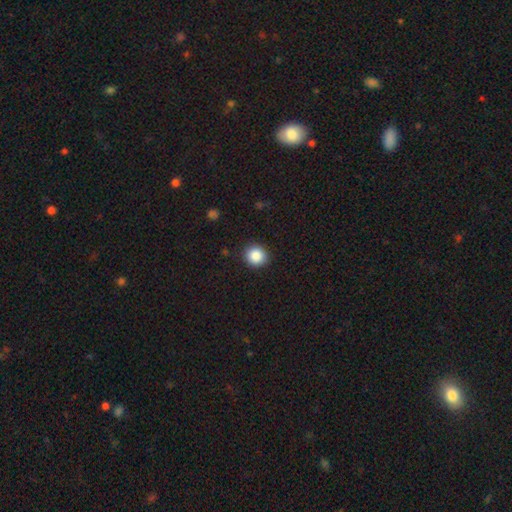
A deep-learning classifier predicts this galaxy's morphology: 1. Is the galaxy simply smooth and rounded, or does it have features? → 87% smooth, 9% star or artifact, 4% featured or disk.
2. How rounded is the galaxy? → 87% round, 12% in between, 1% cigar-shaped.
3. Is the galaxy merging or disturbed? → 89% none, 8% minor disturbance, 2% major disturbance, 1% merger.